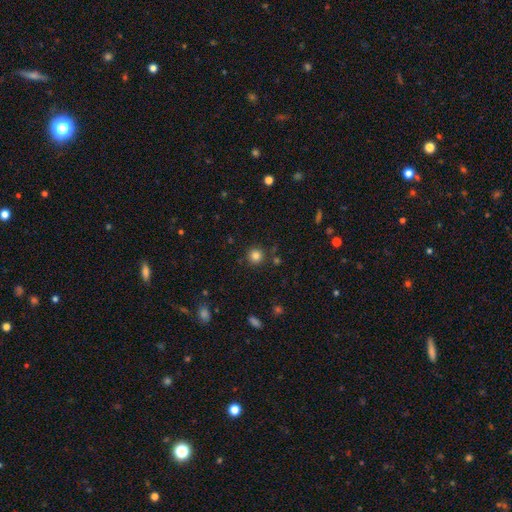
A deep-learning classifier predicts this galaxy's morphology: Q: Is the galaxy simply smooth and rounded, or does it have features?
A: smooth — 82%.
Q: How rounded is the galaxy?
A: round — 94%.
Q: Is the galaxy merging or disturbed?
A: none — 87%.